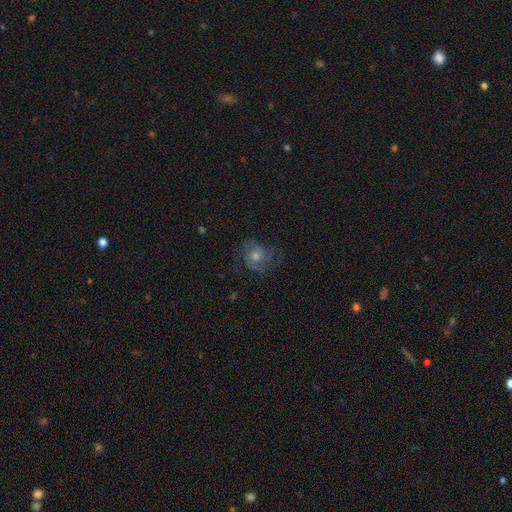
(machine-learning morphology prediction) Smooth or featured?
  - featured or disk: 55% *
  - smooth: 29%
  - star or artifact: 15%
Edge-on disk?
  - no: 97% *
  - yes: 3%
Bar?
  - no: 78% *
  - weak: 18%
  - strong: 3%
Spiral arms?
  - yes: 82% *
  - no: 18%
Bulge size?
  - moderate: 61% *
  - small: 28%
  - large: 7%
  - none: 3%
  - dominant: 1%
Merging?
  - none: 65% *
  - minor disturbance: 19%
  - major disturbance: 15%
  - merger: 1%